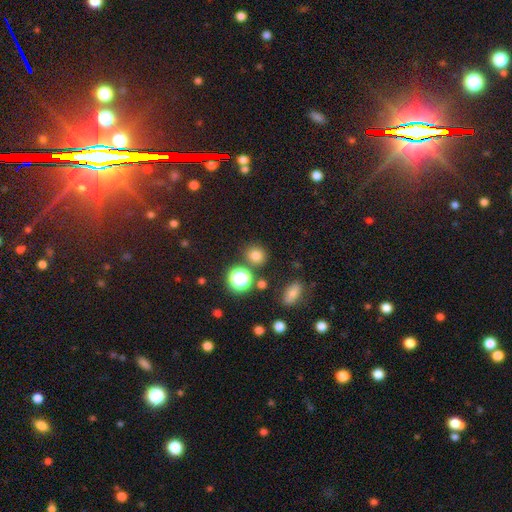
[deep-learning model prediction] This is likely a smooth galaxy (75%). How rounded: clearly round (84%). Merging: clearly none (83%).